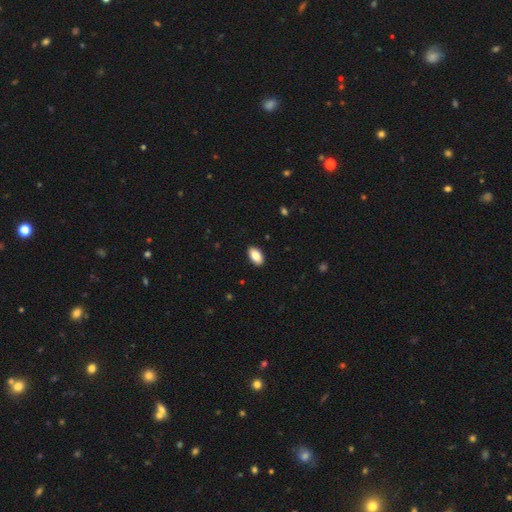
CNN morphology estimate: type=smooth (86%); roundness=in between (94%); merging=none (90%).